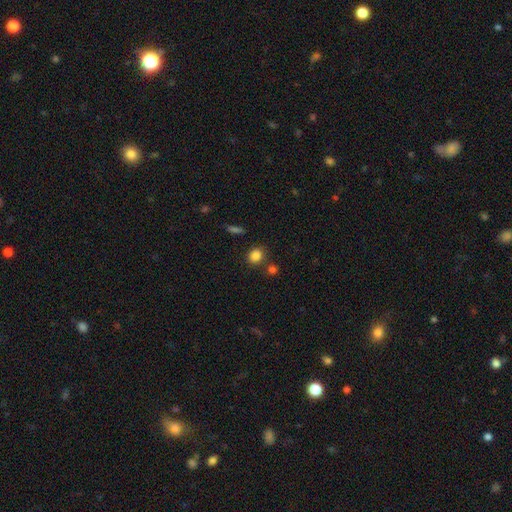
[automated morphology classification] Smooth or featured: smooth — 84% (star or artifact — 11%)
How rounded: round — 74% (in between — 25%)
Merging: none — 76% (merger — 11%)